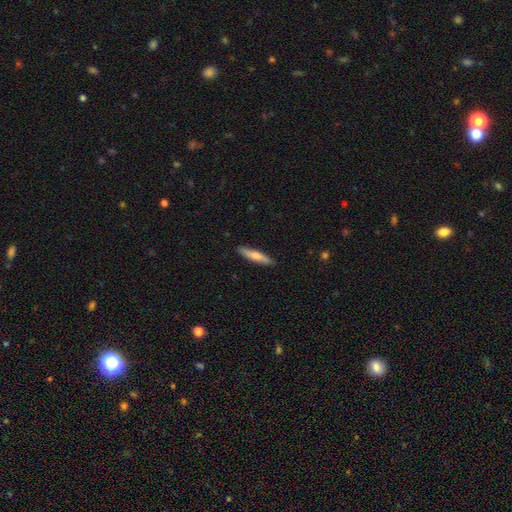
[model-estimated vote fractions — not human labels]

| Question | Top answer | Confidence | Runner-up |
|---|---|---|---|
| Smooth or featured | smooth | 67% | featured or disk (28%) |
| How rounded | cigar-shaped | 85% | in between (14%) |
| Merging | none | 89% | minor disturbance (8%) |